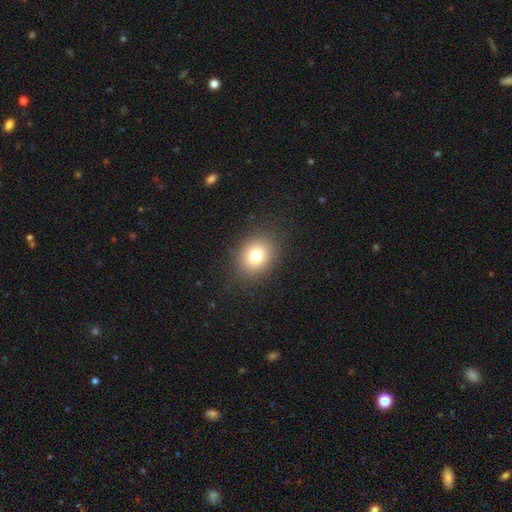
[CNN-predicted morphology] This appears to be a smooth galaxy with no disk features (76%) that is round (60%). Merging: none (87%).